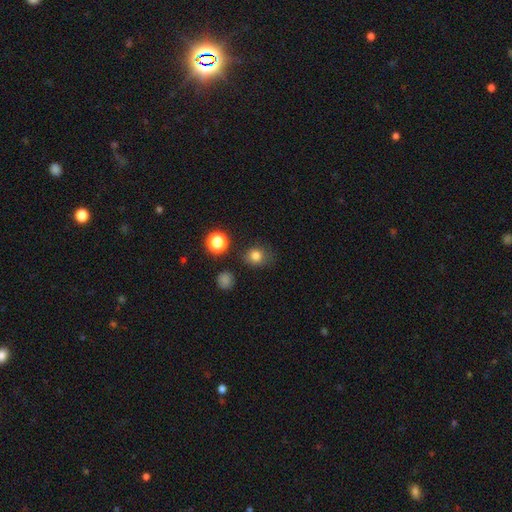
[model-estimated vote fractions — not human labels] A smooth galaxy with no disk features (79%) that is round (75%).

Vote fractions:
- Smooth or featured? smooth: 79% / star or artifact: 15% / featured or disk: 6%
- How rounded? round: 75% / in between: 24% / cigar-shaped: 1%
- Merging? none: 78% / minor disturbance: 14% / major disturbance: 4% / merger: 3%